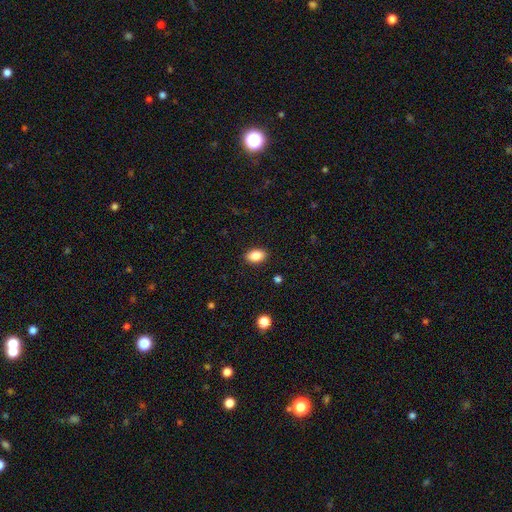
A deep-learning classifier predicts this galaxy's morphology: Smooth or featured? smooth (86%)
How rounded? in between (88%)
Merging? none (89%)